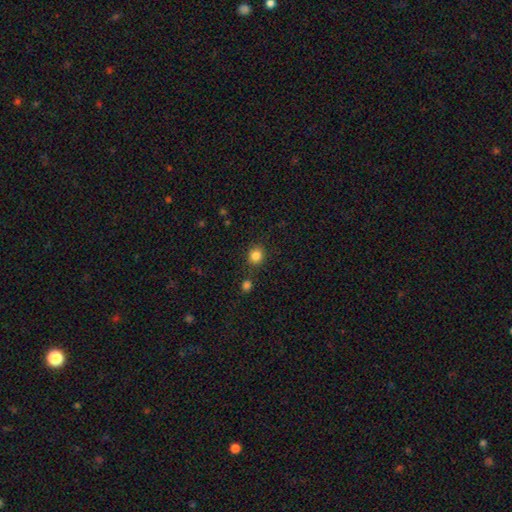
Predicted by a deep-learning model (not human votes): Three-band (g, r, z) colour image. It shows a smooth galaxy with no disk features (85%) that is round (81%). Merging: none (83%).